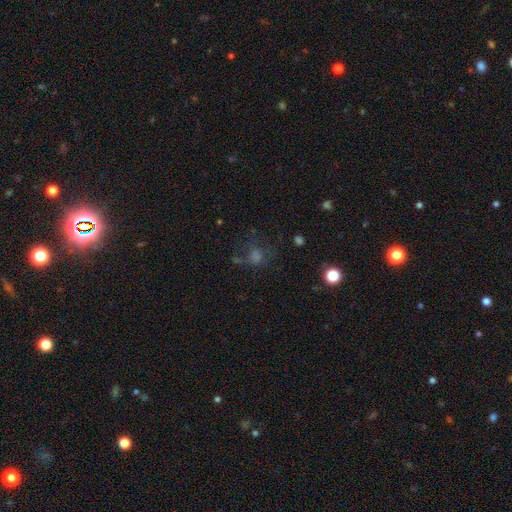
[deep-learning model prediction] A smooth galaxy with no disk features (42%). Merging: none (56%).